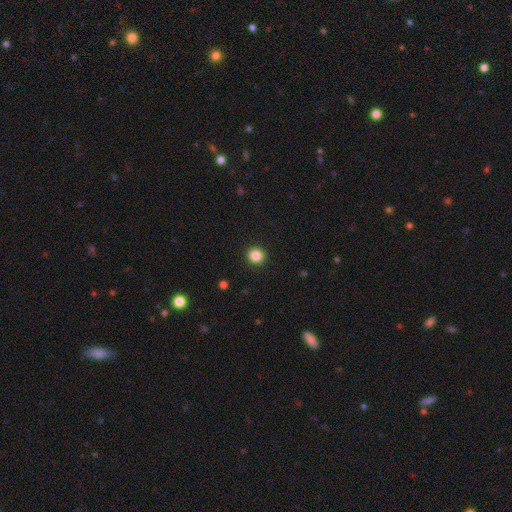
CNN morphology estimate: This is clearly a smooth galaxy (86%). How rounded: clearly round (91%). Merging: clearly none (93%).